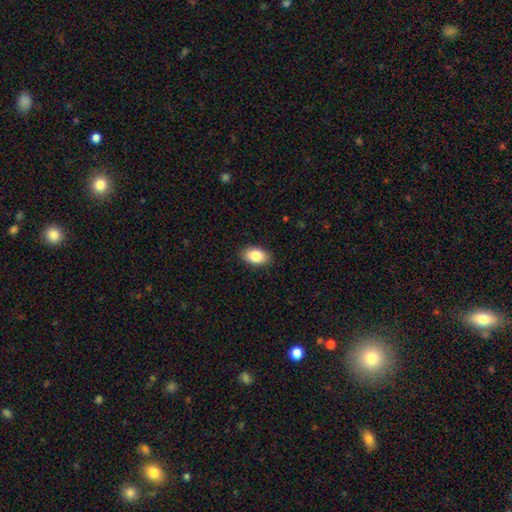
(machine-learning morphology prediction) A smooth galaxy with no disk features (85%) that is in between round and cigar-shaped (92%).

Vote fractions:
- Smooth or featured? smooth: 85% / featured or disk: 8% / star or artifact: 7%
- How rounded? in between: 92% / round: 6% / cigar-shaped: 2%
- Merging? none: 88% / minor disturbance: 9% / major disturbance: 2% / merger: 1%